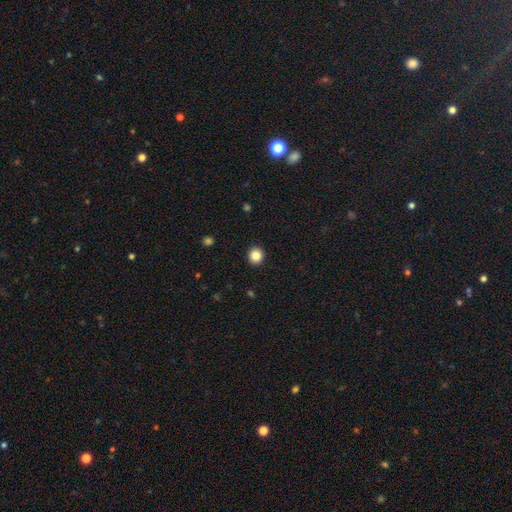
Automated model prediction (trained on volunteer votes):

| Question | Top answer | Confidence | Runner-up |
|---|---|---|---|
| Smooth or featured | smooth | 85% | star or artifact (10%) |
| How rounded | round | 88% | in between (11%) |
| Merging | none | 93% | minor disturbance (5%) |